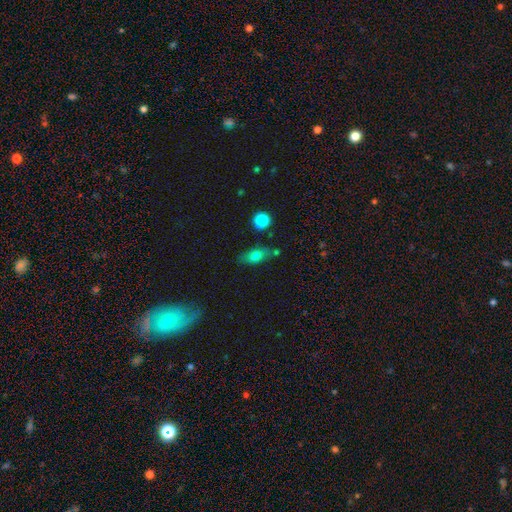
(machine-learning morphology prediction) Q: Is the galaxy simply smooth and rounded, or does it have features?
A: smooth — 72%.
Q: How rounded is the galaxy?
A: in between — 74%.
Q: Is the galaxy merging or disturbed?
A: none — 67%.